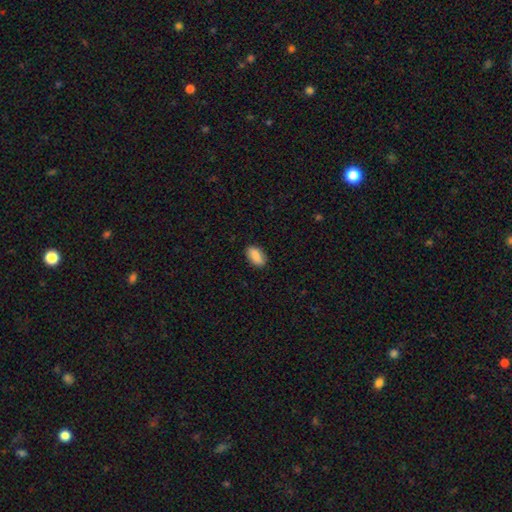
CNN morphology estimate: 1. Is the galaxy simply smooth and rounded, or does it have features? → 87% smooth, 7% star or artifact, 6% featured or disk.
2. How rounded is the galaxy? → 91% in between, 5% cigar-shaped, 4% round.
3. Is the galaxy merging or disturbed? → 86% none, 11% minor disturbance, 2% major disturbance, 1% merger.